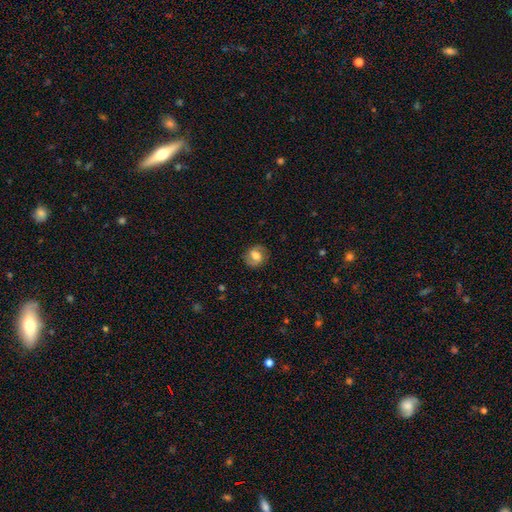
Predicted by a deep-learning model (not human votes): This appears to be a featured or disk galaxy (55%) with a weak bar (47%), spiral arms (86%) and a moderate central bulge (56%). Merging: none (83%).